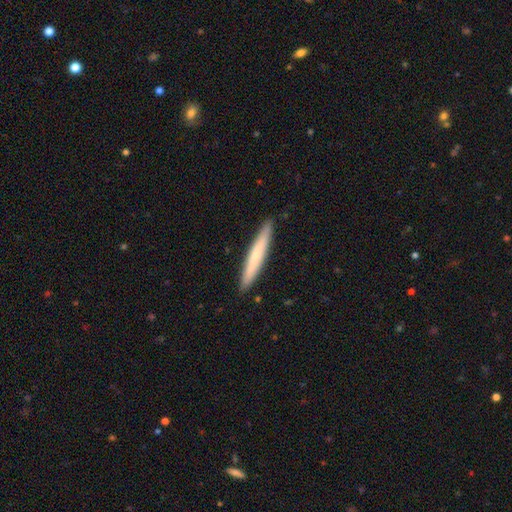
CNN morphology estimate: Smooth or featured?
  - smooth: 67% *
  - featured or disk: 28%
  - star or artifact: 5%
How rounded?
  - cigar-shaped: 96% *
  - in between: 3%
  - round: 1%
Merging?
  - none: 91% *
  - minor disturbance: 7%
  - major disturbance: 1%
  - merger: 1%